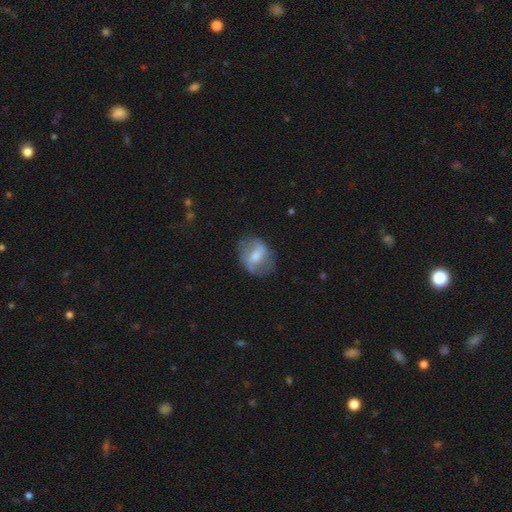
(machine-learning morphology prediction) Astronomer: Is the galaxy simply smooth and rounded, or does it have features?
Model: featured or disk — 56% (runner-up: smooth, 37%).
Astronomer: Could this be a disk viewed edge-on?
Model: no — 95%.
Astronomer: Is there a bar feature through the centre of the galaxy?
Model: weak — 45% (runner-up: strong, 36%).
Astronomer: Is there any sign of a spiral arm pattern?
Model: yes — 62% (runner-up: no, 38%).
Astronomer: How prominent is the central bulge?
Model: moderate — 51% (runner-up: small, 31%).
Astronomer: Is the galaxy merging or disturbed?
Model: none — 70%.